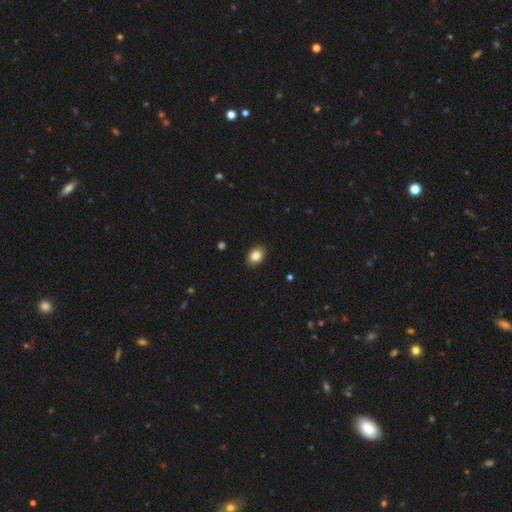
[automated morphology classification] This appears to be a smooth galaxy with no disk features (86%) that is in between round and cigar-shaped (74%). Merging: none (89%).